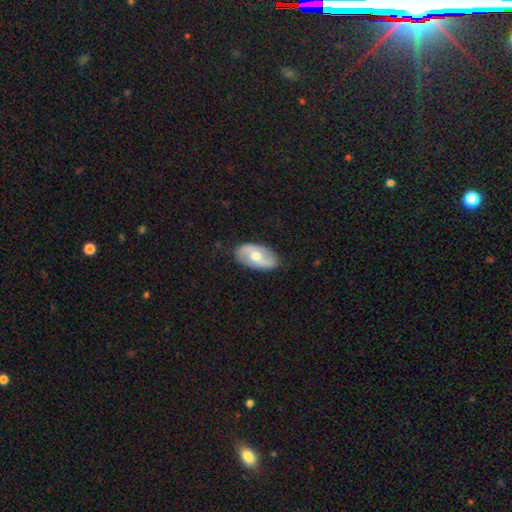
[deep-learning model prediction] This appears to be a featured or disk galaxy (56%) with no bar (55%), spiral arms (72%) and a moderate central bulge (71%). Merging: none (84%).